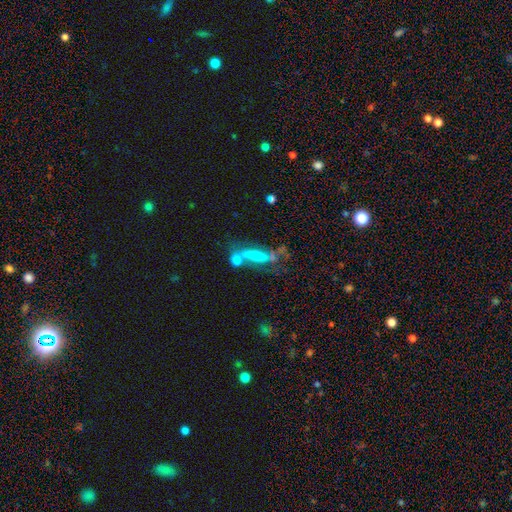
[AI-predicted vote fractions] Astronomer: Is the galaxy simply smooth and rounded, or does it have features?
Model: featured or disk — 46% (runner-up: smooth, 42%).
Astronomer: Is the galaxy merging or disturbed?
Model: merger — 33% (runner-up: none, 32%).